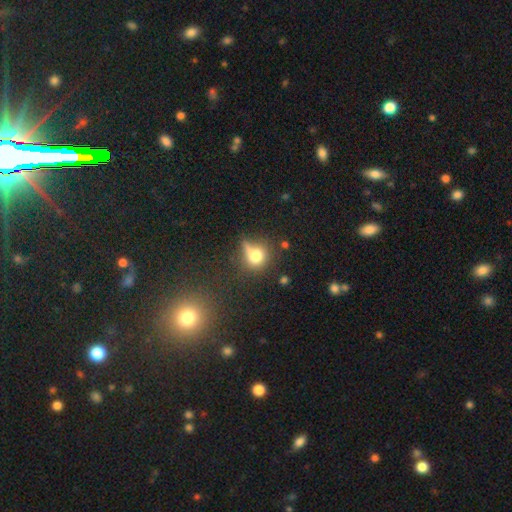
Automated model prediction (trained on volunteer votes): The model was most divided on "merging": none: 44%, minor disturbance: 24%, major disturbance: 18%, merger: 14%. More confident: how rounded — round (71%); smooth or featured — smooth (70%).